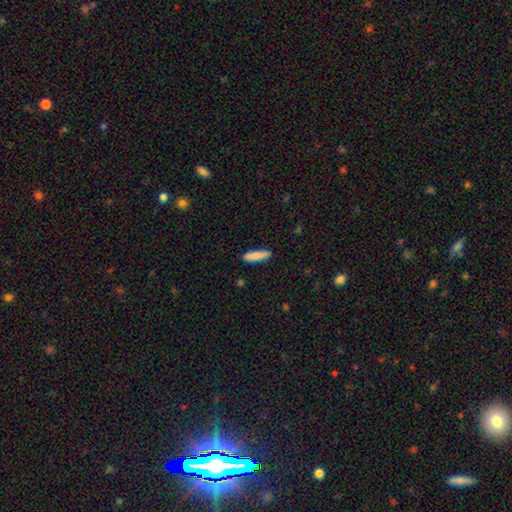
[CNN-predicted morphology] Smooth or featured?
  - smooth: 86% *
  - featured or disk: 8%
  - star or artifact: 6%
How rounded?
  - cigar-shaped: 77% *
  - in between: 21%
  - round: 1%
Merging?
  - none: 88% *
  - minor disturbance: 9%
  - major disturbance: 2%
  - merger: 1%